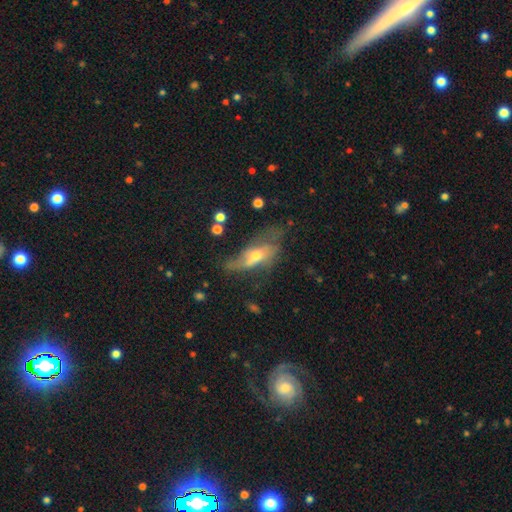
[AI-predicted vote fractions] A featured or disk galaxy (50%).

Vote fractions:
- Smooth or featured? featured or disk: 50% / smooth: 41% / star or artifact: 10%
- Merging? major disturbance: 35% / none: 31% / minor disturbance: 27% / merger: 6%